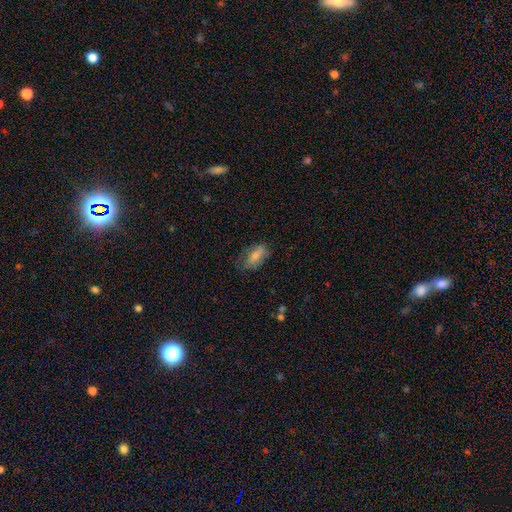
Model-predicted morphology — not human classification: Q: Smooth or featured?
A: smooth (75%); runner-up: featured or disk (18%)
Q: How rounded?
A: in between (89%); runner-up: cigar-shaped (7%)
Q: Merging?
A: none (61%); runner-up: minor disturbance (27%)